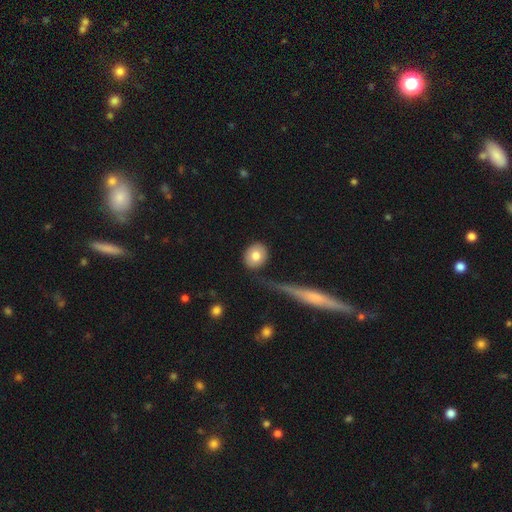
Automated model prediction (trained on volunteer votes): Smooth or featured: smooth — 80% (featured or disk — 13%)
How rounded: round — 75% (in between — 23%)
Merging: none — 85% (minor disturbance — 9%)